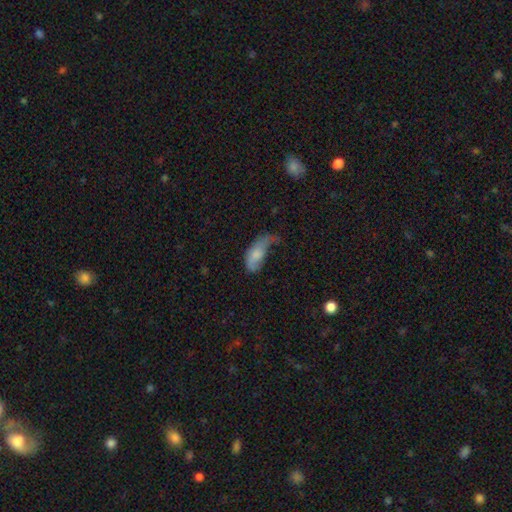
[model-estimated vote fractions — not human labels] smooth_or_featured: smooth (p=0.66) [alt: featured or disk p=0.26]
how_rounded: in between (p=0.88) [alt: cigar-shaped p=0.08]
merging: major disturbance (p=0.48) [alt: minor disturbance p=0.29]